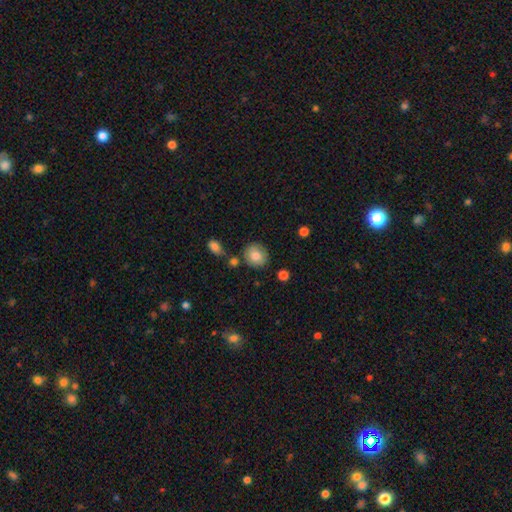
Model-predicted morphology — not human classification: Smooth or featured: smooth — 76% (featured or disk — 16%)
How rounded: round — 75% (in between — 24%)
Merging: none — 74% (minor disturbance — 16%)